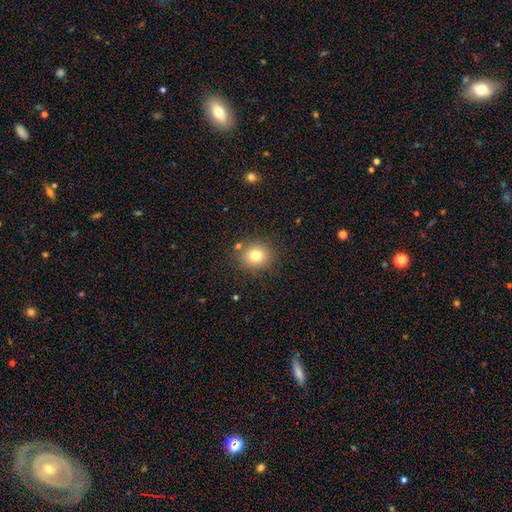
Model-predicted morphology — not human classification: smooth 78%, star or artifact 13%, featured or disk 10%. Down the decision tree: how rounded — round (79%); merging — none (83%).